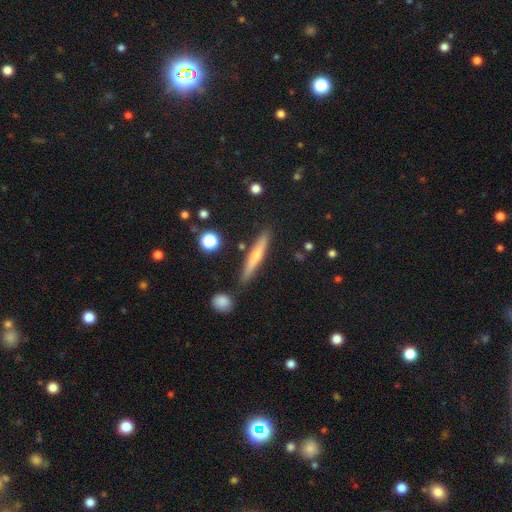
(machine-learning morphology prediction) A featured or disk galaxy (56%) viewed edge-on (95%) with a rounded central bulge (72%).

Vote fractions:
- Smooth or featured? featured or disk: 56% / smooth: 33% / star or artifact: 11%
- Edge-on disk? yes: 95% / no: 5%
- Edge-on bulge? rounded: 72% / none: 22% / boxy: 5%
- Merging? none: 85% / minor disturbance: 9% / merger: 4% / major disturbance: 2%